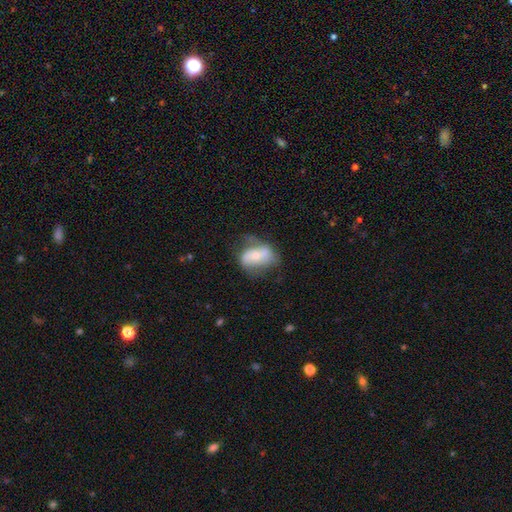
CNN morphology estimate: The model was most divided on "smooth or featured": featured or disk: 54%, smooth: 39%, star or artifact: 7%. Remaining: edge-on disk — no (93%); merging — none (46%).